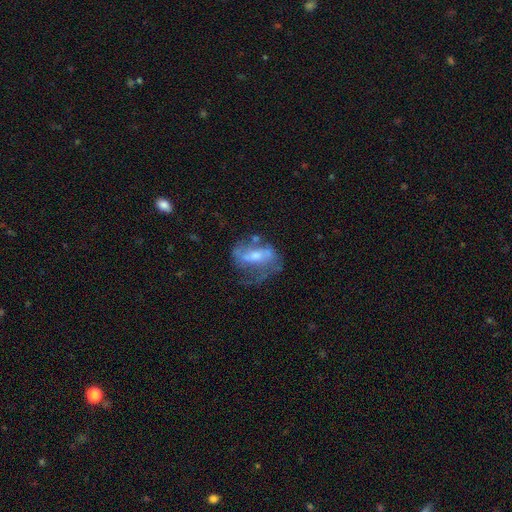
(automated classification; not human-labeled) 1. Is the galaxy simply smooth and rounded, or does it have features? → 69% featured or disk, 22% smooth, 8% star or artifact.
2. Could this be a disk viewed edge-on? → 94% no, 6% yes.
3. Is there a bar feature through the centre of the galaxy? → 39% weak, 33% no, 28% strong.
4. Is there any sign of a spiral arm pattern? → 71% yes, 29% no.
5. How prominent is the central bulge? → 49% moderate, 36% small, 7% large, 7% none, 1% dominant.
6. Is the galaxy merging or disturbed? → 41% none, 29% major disturbance, 23% minor disturbance, 7% merger.